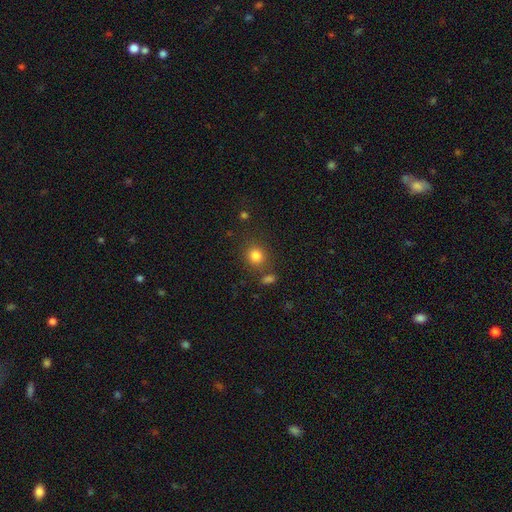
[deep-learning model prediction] smooth 82%, star or artifact 12%, featured or disk 6%. Down the decision tree: how rounded — round (85%); merging — none (79%).